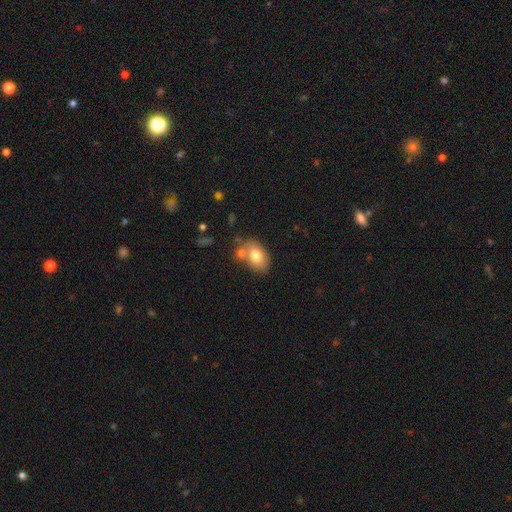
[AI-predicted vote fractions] Q: Smooth or featured?
A: smooth (74%); runner-up: featured or disk (18%)
Q: How rounded?
A: in between (80%); runner-up: round (19%)
Q: Merging?
A: none (55%); runner-up: merger (25%)